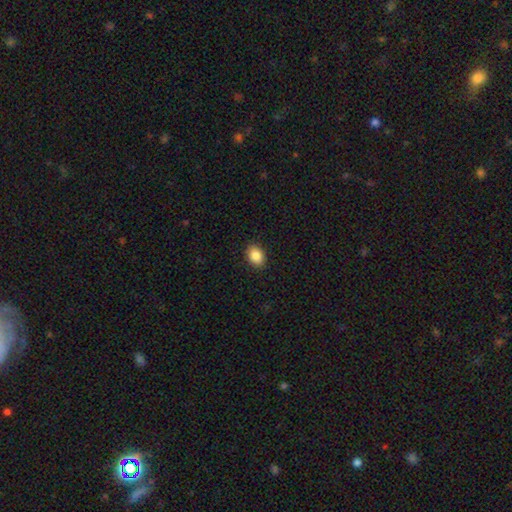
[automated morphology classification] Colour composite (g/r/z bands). It shows a smooth galaxy with no disk features (87%) that is in between round and cigar-shaped (74%). Merging: none (90%).